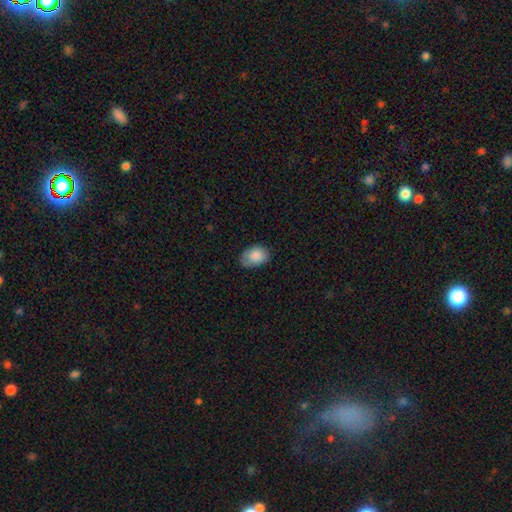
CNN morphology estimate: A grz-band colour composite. It shows a smooth galaxy with no disk features (86%) that is in between round and cigar-shaped (83%). Merging: none (70%).